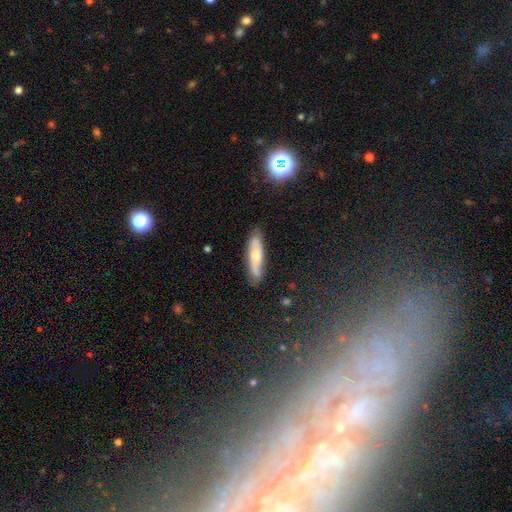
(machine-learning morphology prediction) type=smooth (56%); roundness=cigar-shaped (68%); merging=none (77%).